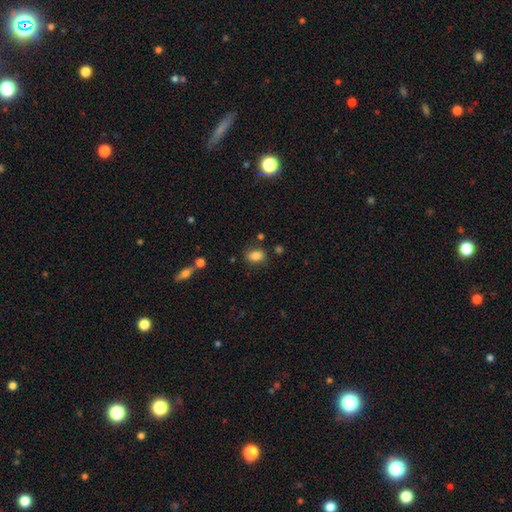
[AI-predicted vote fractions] A smooth galaxy with no disk features (85%) that is in between round and cigar-shaped (82%).

Vote fractions:
- Smooth or featured? smooth: 85% / star or artifact: 10% / featured or disk: 5%
- How rounded? in between: 82% / round: 16% / cigar-shaped: 2%
- Merging? none: 78% / minor disturbance: 14% / major disturbance: 4% / merger: 4%